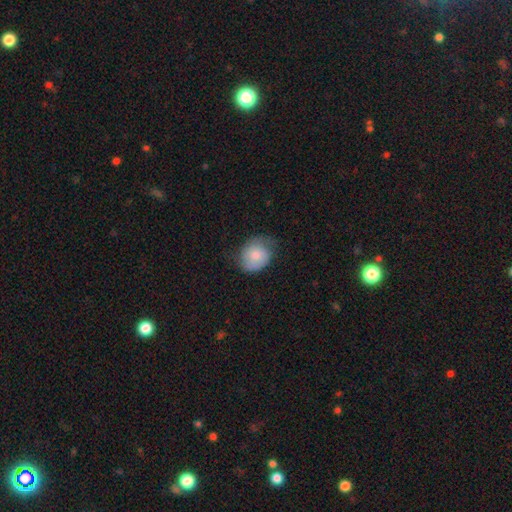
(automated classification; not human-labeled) A smooth galaxy with no disk features (66%) that is round (53%).

Vote fractions:
- Smooth or featured? smooth: 66% / featured or disk: 27% / star or artifact: 7%
- How rounded? round: 53% / in between: 46% / cigar-shaped: 1%
- Merging? none: 53% / minor disturbance: 33% / major disturbance: 13% / merger: 1%